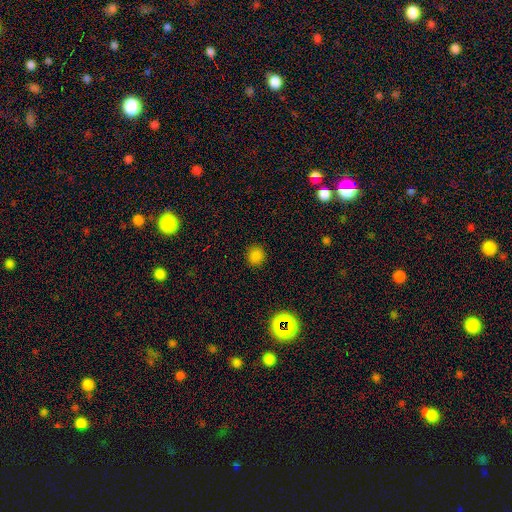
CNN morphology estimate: Overall: smooth (81%). How rounded: round (88%). Merging: none (90%).